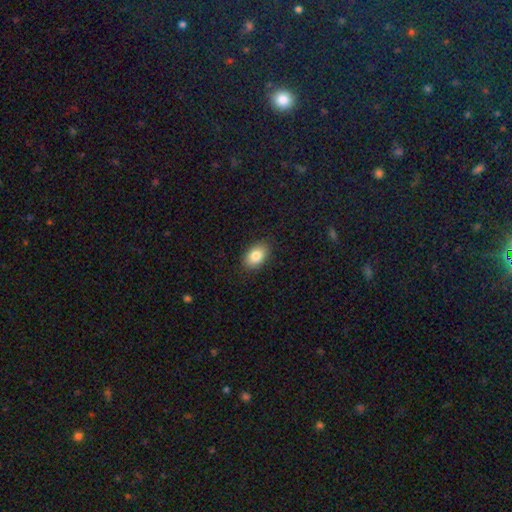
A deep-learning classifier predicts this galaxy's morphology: A smooth galaxy with no disk features (84%) that is in between round and cigar-shaped (87%).

Vote fractions:
- Smooth or featured? smooth: 84% / featured or disk: 8% / star or artifact: 8%
- How rounded? in between: 87% / round: 12% / cigar-shaped: 1%
- Merging? none: 88% / minor disturbance: 9% / major disturbance: 2% / merger: 1%